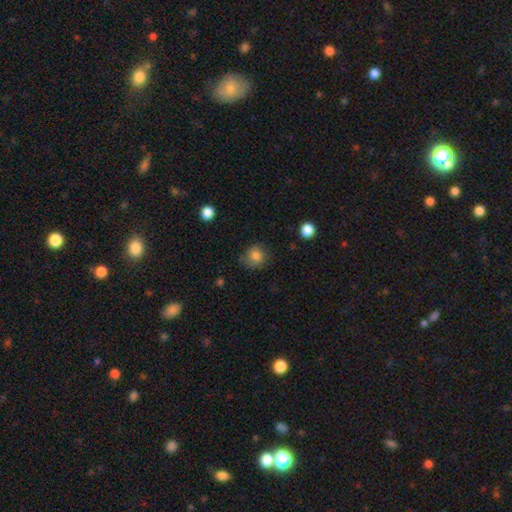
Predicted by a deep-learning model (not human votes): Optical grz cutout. It shows a smooth galaxy with no disk features (84%) that is round (84%). Merging: none (75%).